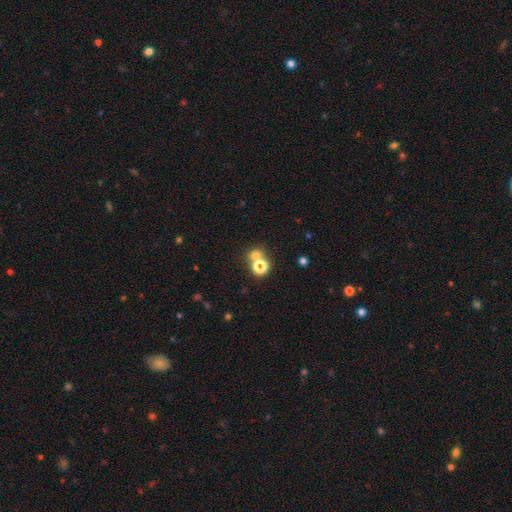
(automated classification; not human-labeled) The model was most divided on "merging": none: 49%, merger: 41%, minor disturbance: 6%, major disturbance: 4%. More confident: how rounded — round (82%); smooth or featured — smooth (71%).